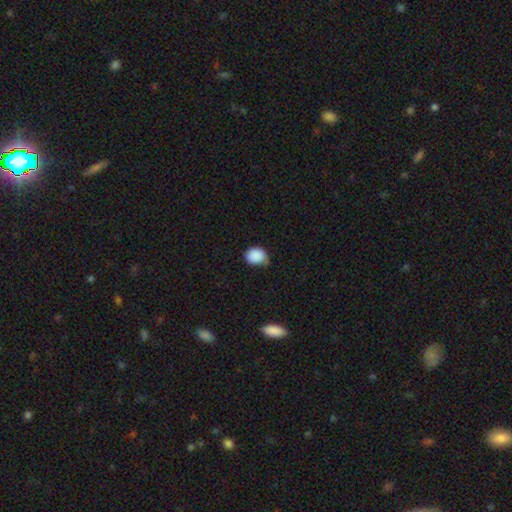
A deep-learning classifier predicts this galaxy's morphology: type=smooth (88%); roundness=round (56%); merging=none (49%).